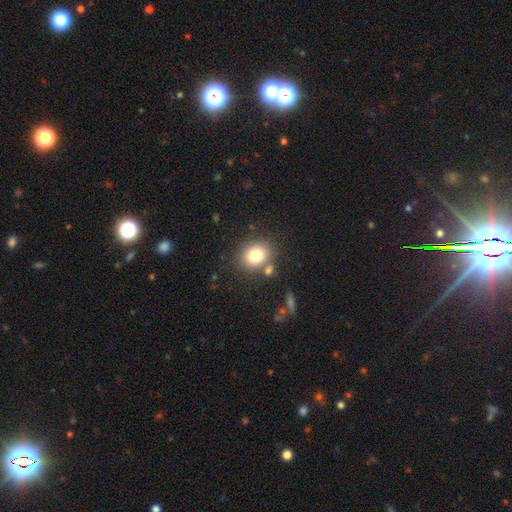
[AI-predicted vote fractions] Smooth or featured: smooth — 80% (star or artifact — 10%)
How rounded: round — 58% (in between — 41%)
Merging: none — 73% (merger — 12%)